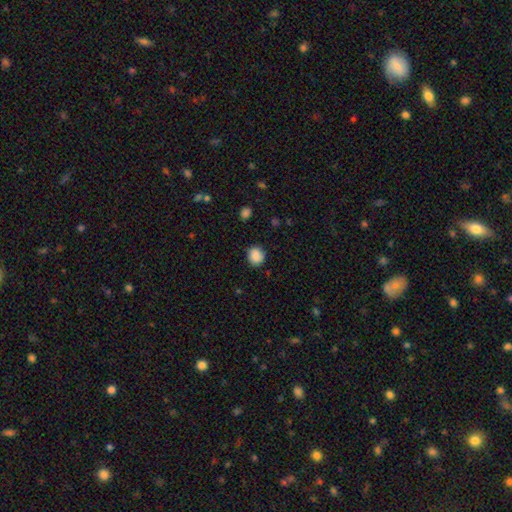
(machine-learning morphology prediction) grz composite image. It shows a smooth galaxy with no disk features (88%) that is round (82%). Merging: none (86%).